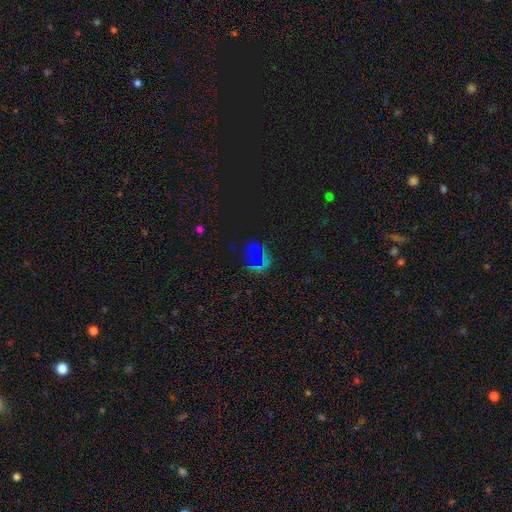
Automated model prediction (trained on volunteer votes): star or artifact 46%, smooth 31%, featured or disk 23%.